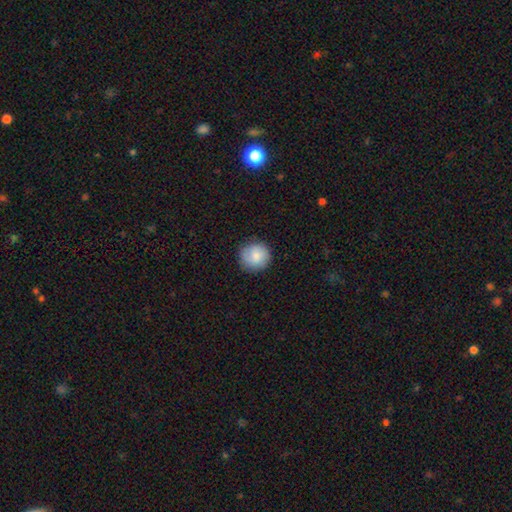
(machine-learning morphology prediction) smooth 85%, featured or disk 8%, star or artifact 7%. Down the decision tree: how rounded — round (93%); merging — none (86%).